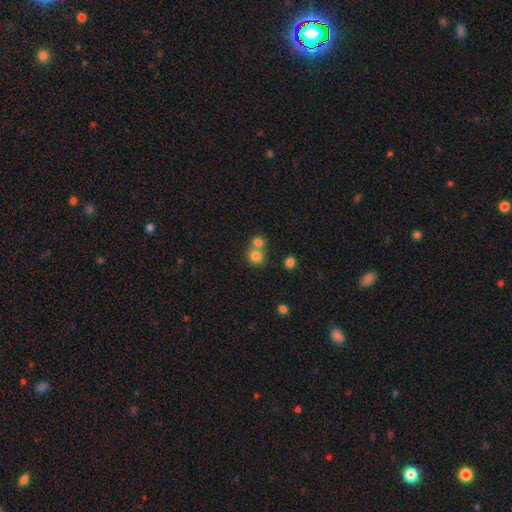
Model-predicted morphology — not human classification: This appears to be a smooth galaxy with no disk features (79%) that is round (86%). Merging: merger (47%).